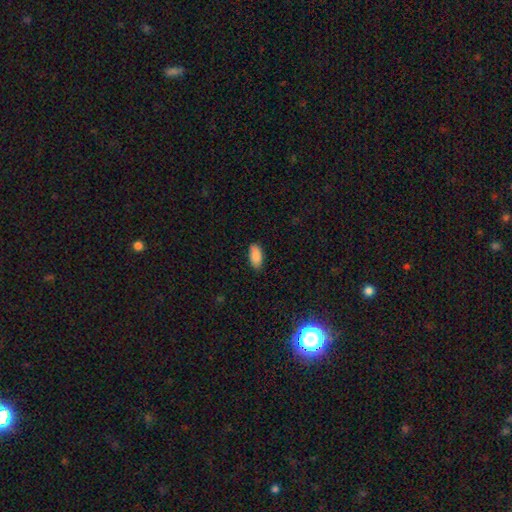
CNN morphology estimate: smooth_or_featured: smooth (p=0.88) [alt: star or artifact p=0.07]
how_rounded: in between (p=0.90) [alt: cigar-shaped p=0.08]
merging: none (p=0.84) [alt: minor disturbance p=0.12]